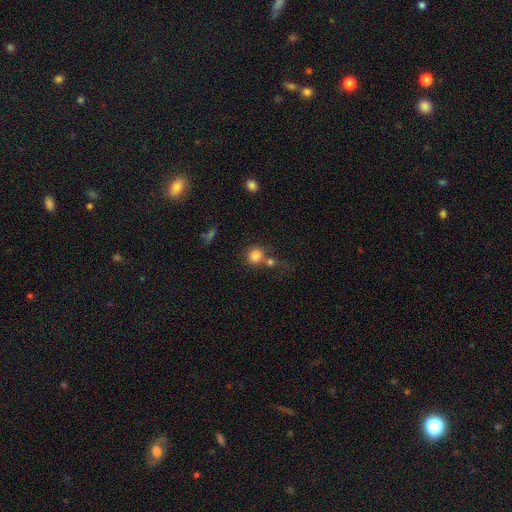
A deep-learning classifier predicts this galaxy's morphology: smooth_or_featured: smooth (p=0.81) [alt: star or artifact p=0.11]
how_rounded: round (p=0.87) [alt: in between p=0.12]
merging: none (p=0.53) [alt: merger p=0.32]